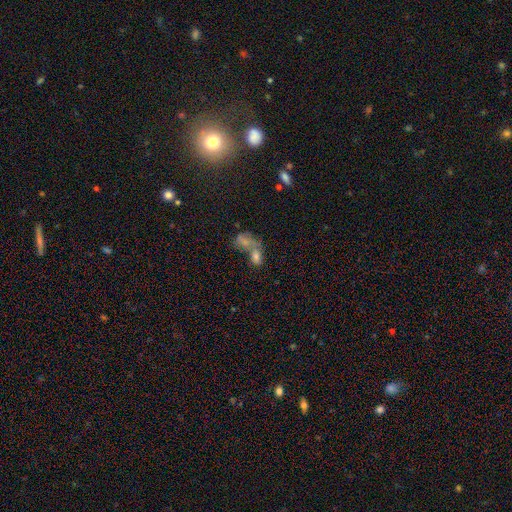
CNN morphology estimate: The model was most divided on "smooth or featured": smooth: 56%, featured or disk: 23%, star or artifact: 21%. More confident: how rounded — in between (73%); merging — merger (61%).